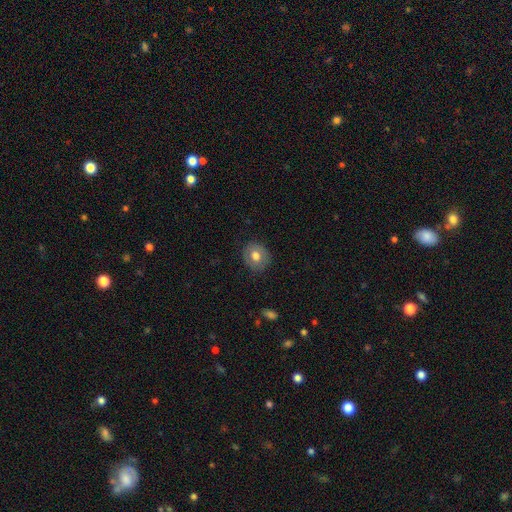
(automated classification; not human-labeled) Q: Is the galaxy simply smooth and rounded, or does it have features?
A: smooth — 66%.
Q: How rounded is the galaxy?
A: round — 70%.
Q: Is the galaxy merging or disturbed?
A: none — 83%.